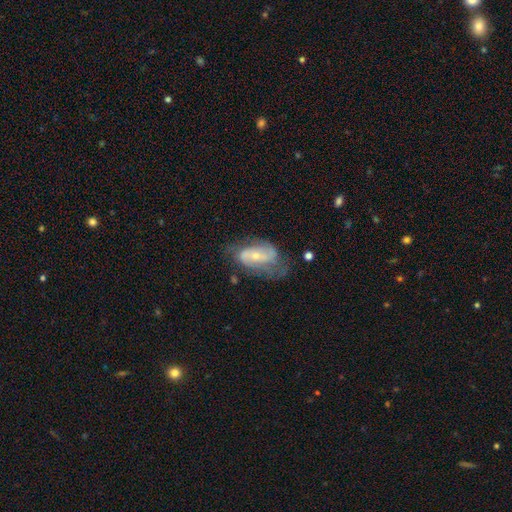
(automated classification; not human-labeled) The model was most divided on "bar": no: 43%, weak: 38%, strong: 19%. Remaining: edge-on disk — no (95%); spiral arms — yes (85%); smooth or featured — featured or disk (72%); spiral arm count — 2 (69%); bulge size — small (61%); merging — none (51%); spiral winding — medium (43%).